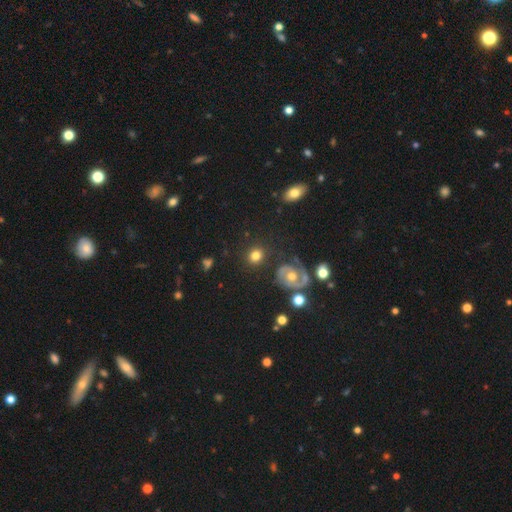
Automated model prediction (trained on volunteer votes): This is likely a smooth galaxy (72%). How rounded: likely round (77%). Merging: clearly none (80%).